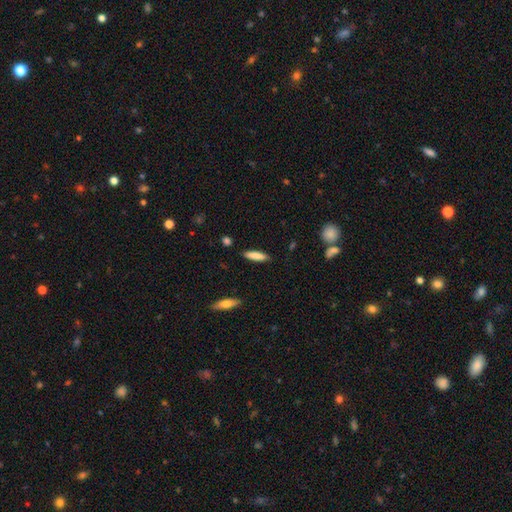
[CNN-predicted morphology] Q: Smooth or featured?
A: smooth (84%); runner-up: featured or disk (10%)
Q: How rounded?
A: cigar-shaped (67%); runner-up: in between (32%)
Q: Merging?
A: none (88%); runner-up: minor disturbance (9%)